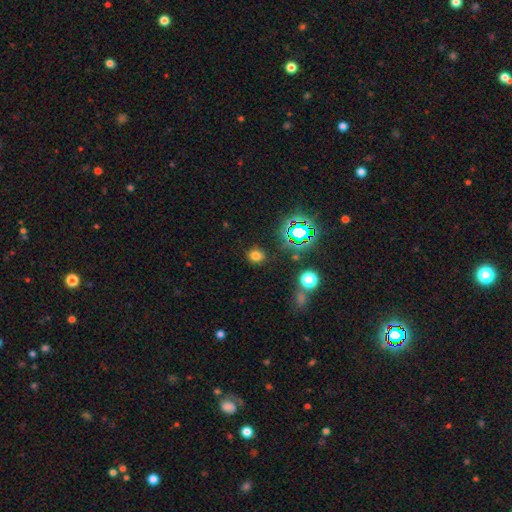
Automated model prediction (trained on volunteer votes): Smooth or featured? Predicted: smooth (p=0.68). How rounded? Predicted: round (p=0.71). Merging? Predicted: none (p=0.85).